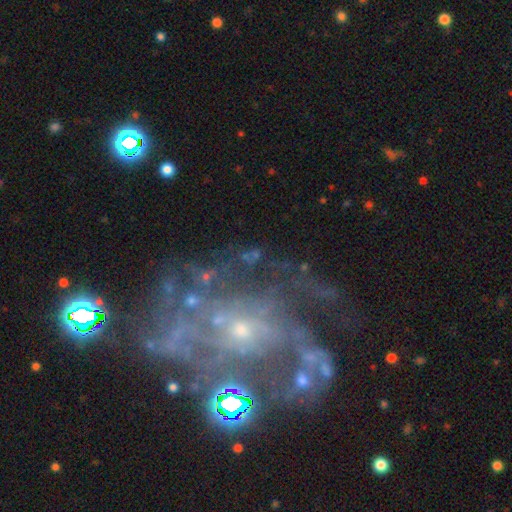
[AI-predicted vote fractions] smooth-or-featured: featured or disk: 68% | star or artifact: 17% | smooth: 15%
  disk-edge-on: no: 95% | yes: 5%
    bar: no: 62% | weak: 25% | strong: 13%
    has-spiral-arms: yes: 82% | no: 18%
      spiral-winding: tight: 54% | medium: 32% | loose: 14%
      spiral-arm-count: can't tell: 37% | 2: 18% | 3: 16% | 4: 11% | more than 4: 10% | 1: 8%
    bulge-size: small: 65% | moderate: 26% | none: 5% | large: 3% | dominant: 2%
  merging: none: 61% | minor disturbance: 17% | major disturbance: 15% | merger: 6%